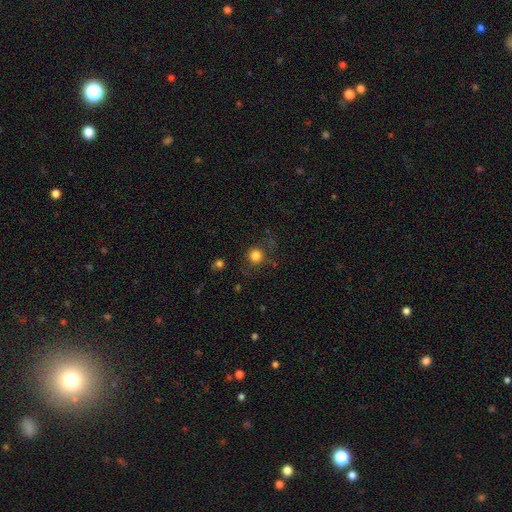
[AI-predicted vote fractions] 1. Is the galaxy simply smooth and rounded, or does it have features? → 80% smooth, 14% star or artifact, 7% featured or disk.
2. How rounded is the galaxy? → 93% round, 6% in between, 1% cigar-shaped.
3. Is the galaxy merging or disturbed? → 81% none, 11% minor disturbance, 6% major disturbance, 2% merger.